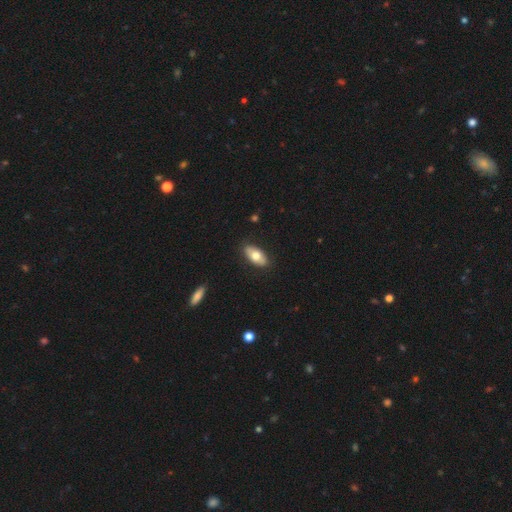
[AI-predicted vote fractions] smooth 70%, featured or disk 25%, star or artifact 6%. Down the decision tree: how rounded — in between (91%); merging — none (87%).